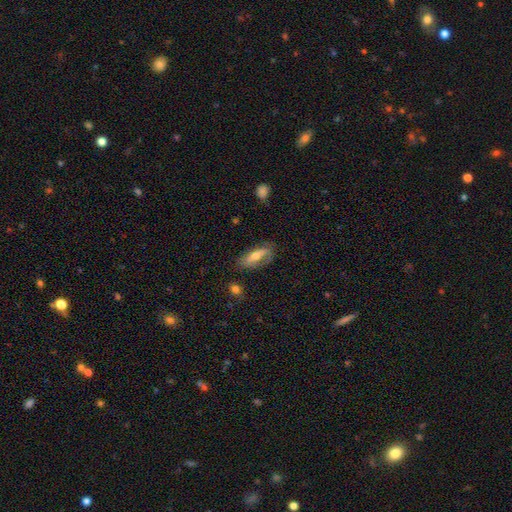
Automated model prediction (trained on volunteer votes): This is possibly a featured or disk galaxy (49%). Merging: likely none (70%).